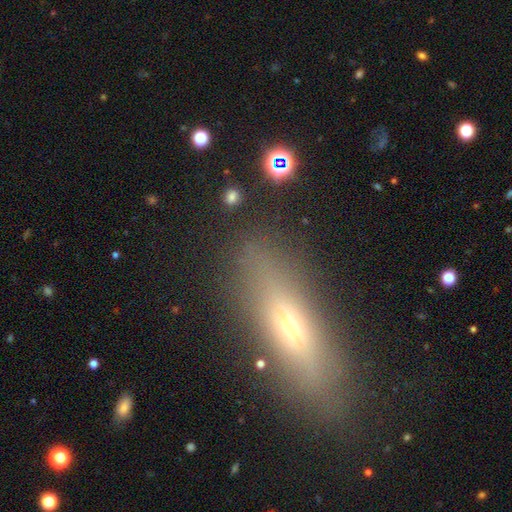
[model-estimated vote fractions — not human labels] A smooth galaxy with no disk features (48%). Merging: none (77%).